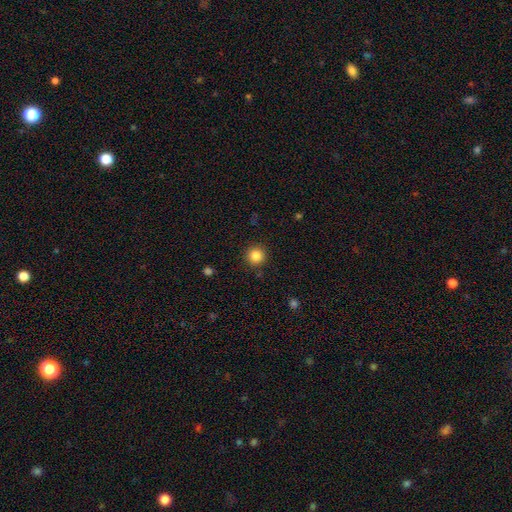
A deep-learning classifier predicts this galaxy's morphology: type=smooth (84%); roundness=round (95%); merging=none (91%).